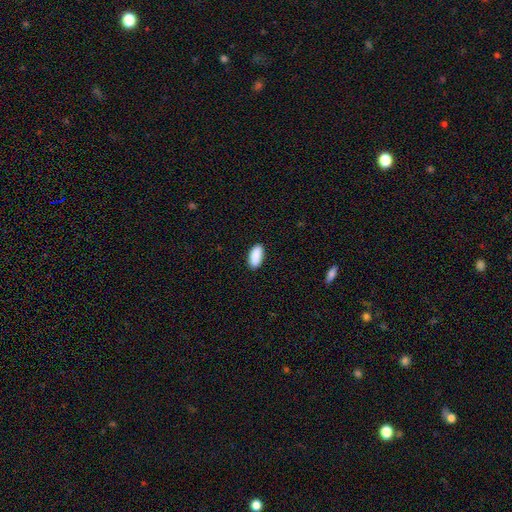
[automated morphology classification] Smooth or featured? Predicted: smooth (p=0.91). How rounded? Predicted: in between (p=0.93). Merging? Predicted: none (p=0.89).